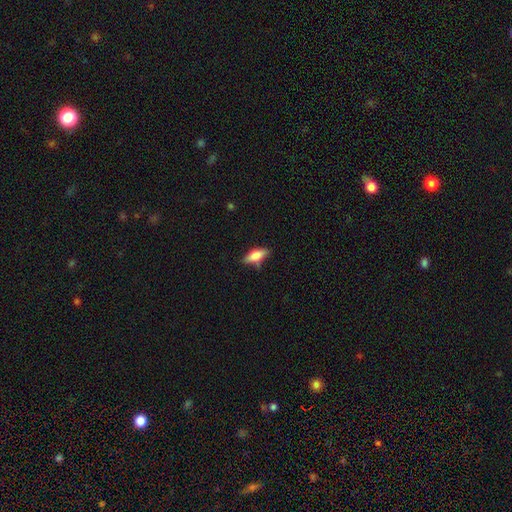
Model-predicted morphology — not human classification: Smooth or featured: smooth — 69% (featured or disk — 24%)
How rounded: in between — 68% (cigar-shaped — 29%)
Merging: none — 73% (minor disturbance — 19%)